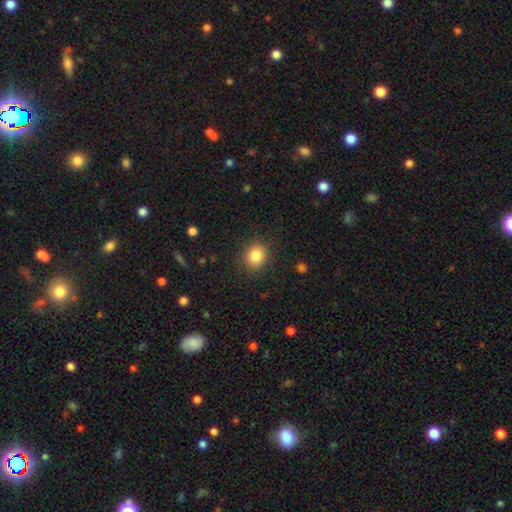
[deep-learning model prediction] Smooth or featured: smooth — 84% (star or artifact — 10%)
How rounded: round — 74% (in between — 25%)
Merging: none — 88% (minor disturbance — 8%)